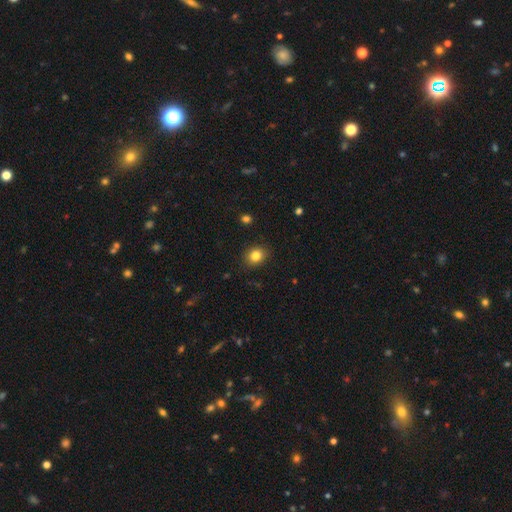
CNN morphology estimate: Smooth or featured: smooth — 84% (star or artifact — 11%)
How rounded: round — 60% (in between — 39%)
Merging: none — 86% (minor disturbance — 10%)